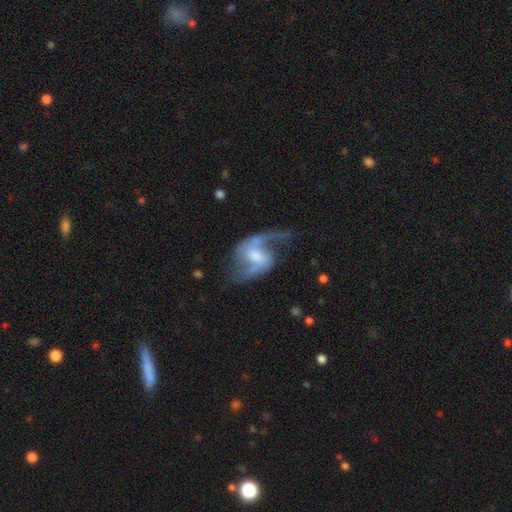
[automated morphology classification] Smooth or featured?
  - featured or disk: 86% *
  - smooth: 9%
  - star or artifact: 5%
Edge-on disk?
  - no: 97% *
  - yes: 3%
Bar?
  - weak: 51% *
  - no: 29%
  - strong: 21%
Spiral arms?
  - yes: 94% *
  - no: 6%
Spiral winding?
  - loose: 66% *
  - medium: 29%
  - tight: 5%
Spiral arm count?
  - 2: 87% *
  - 1: 8%
  - can't tell: 3%
  - 3: 1%
  - 4: 1%
  - more than 4: 1%
Bulge size?
  - moderate: 43% *
  - small: 24%
  - large: 17%
  - none: 13%
  - dominant: 2%
Merging?
  - none: 52% *
  - major disturbance: 24%
  - minor disturbance: 20%
  - merger: 4%